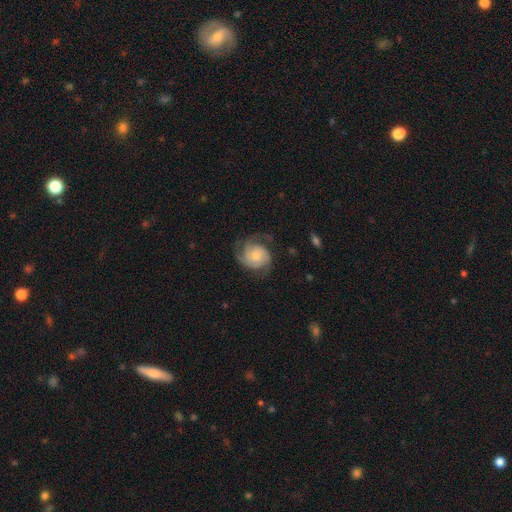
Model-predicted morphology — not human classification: Smooth or featured? featured or disk (82%)
Edge-on disk? no (98%)
Bar? no (77%)
Spiral arms? yes (97%)
Spiral winding? tight (47%)
Spiral arm count? 3 (40%)
Bulge size? small (49%)
Merging? none (68%)